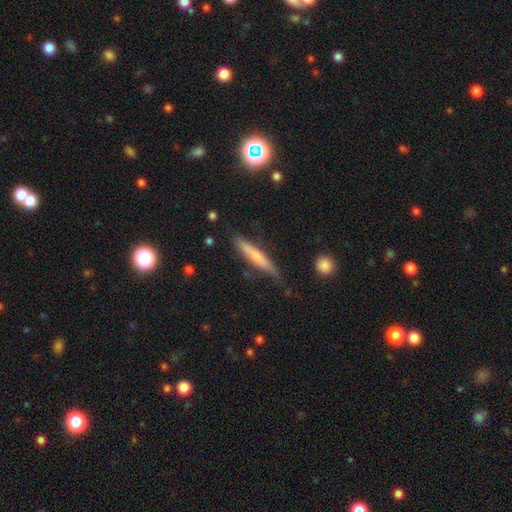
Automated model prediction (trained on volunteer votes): This is possibly a smooth galaxy (60%). How rounded: clearly cigar-shaped (90%). Merging: likely none (68%).